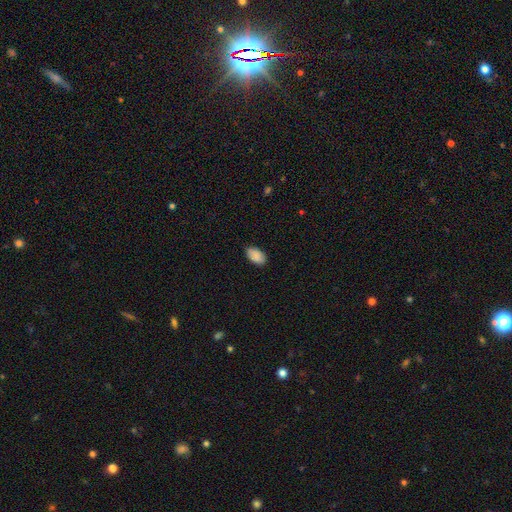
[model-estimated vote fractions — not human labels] A smooth galaxy with no disk features (89%) that is in between round and cigar-shaped (94%).

Vote fractions:
- Smooth or featured? smooth: 89% / star or artifact: 7% / featured or disk: 4%
- How rounded? in between: 94% / round: 4% / cigar-shaped: 1%
- Merging? none: 83% / minor disturbance: 14% / major disturbance: 2% / merger: 1%